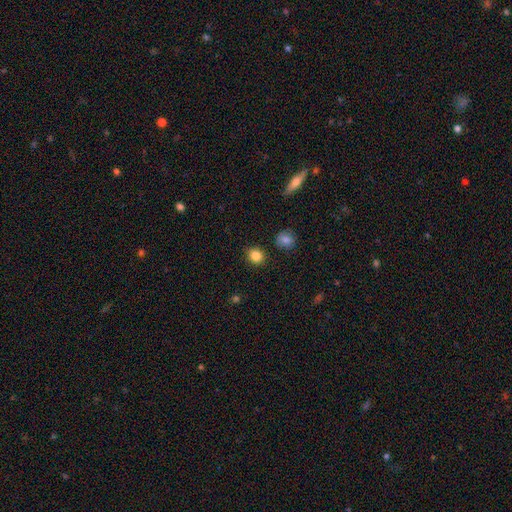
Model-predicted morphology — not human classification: smooth_or_featured: smooth (p=0.84) [alt: star or artifact p=0.11]
how_rounded: round (p=0.79) [alt: in between p=0.20]
merging: none (p=0.89) [alt: minor disturbance p=0.07]